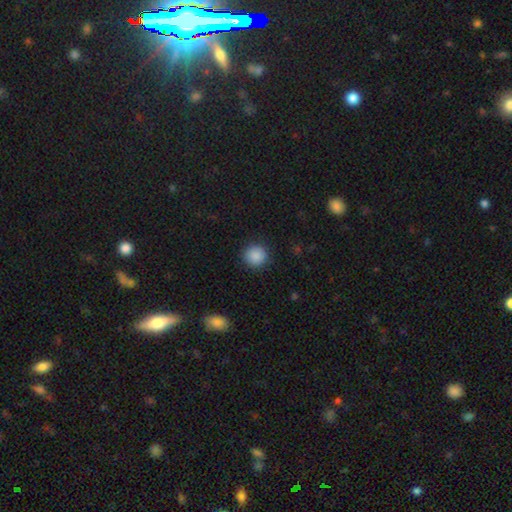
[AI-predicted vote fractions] Smooth or featured: smooth — 88% (star or artifact — 9%)
How rounded: round — 94% (in between — 5%)
Merging: none — 91% (minor disturbance — 6%)